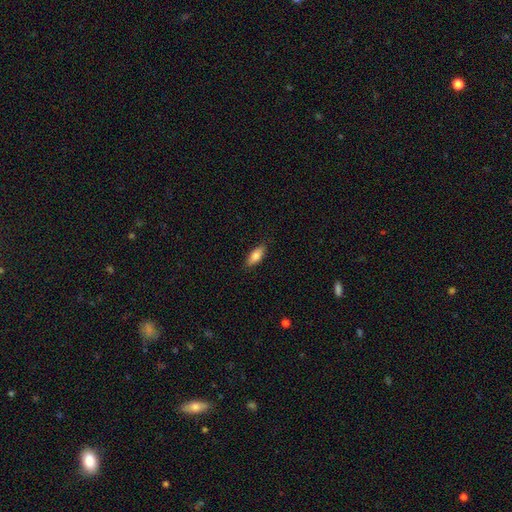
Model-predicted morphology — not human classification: Smooth or featured?
  - smooth: 80% *
  - featured or disk: 13%
  - star or artifact: 6%
How rounded?
  - in between: 79% *
  - cigar-shaped: 19%
  - round: 2%
Merging?
  - none: 87% *
  - minor disturbance: 10%
  - major disturbance: 2%
  - merger: 1%